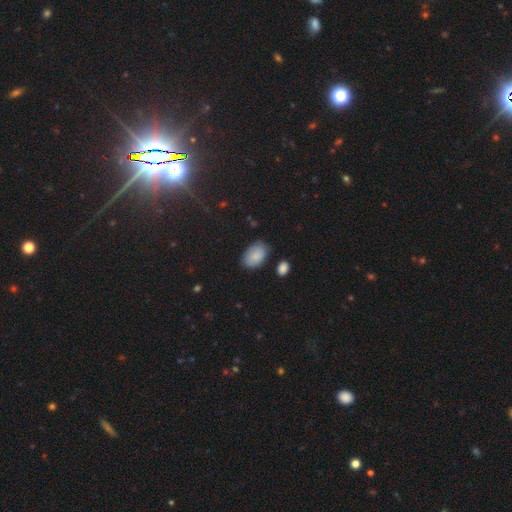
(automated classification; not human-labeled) Smooth or featured? smooth (86%)
How rounded? in between (90%)
Merging? none (77%)